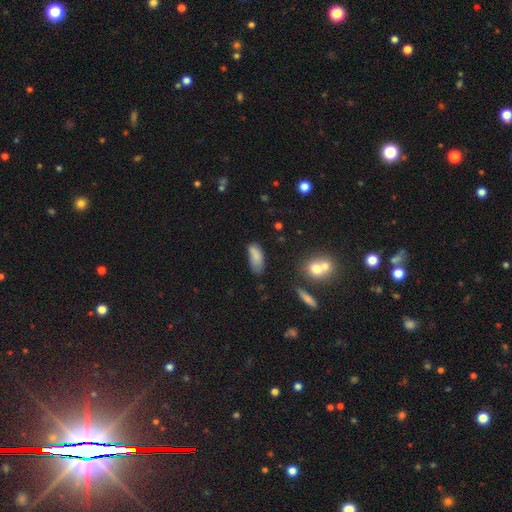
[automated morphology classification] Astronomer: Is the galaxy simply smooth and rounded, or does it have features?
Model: smooth — 80%.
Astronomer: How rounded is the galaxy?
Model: in between — 80%.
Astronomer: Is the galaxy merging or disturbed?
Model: none — 50% (runner-up: minor disturbance, 32%).